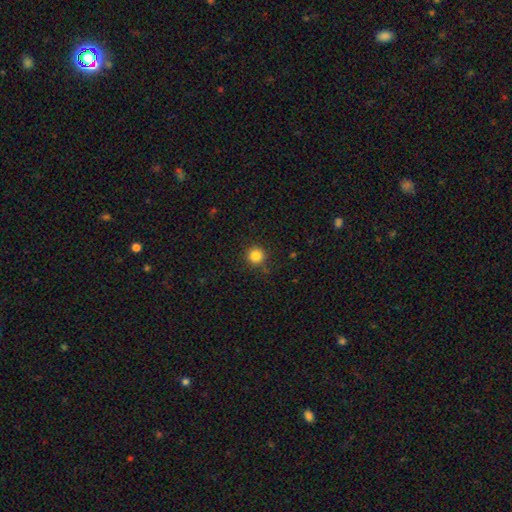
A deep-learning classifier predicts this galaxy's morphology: smooth-or-featured: smooth: 84% | star or artifact: 12% | featured or disk: 4%
  how-rounded: round: 95% | in between: 4% | cigar-shaped: 1%
  merging: none: 88% | minor disturbance: 8% | major disturbance: 2% | merger: 1%